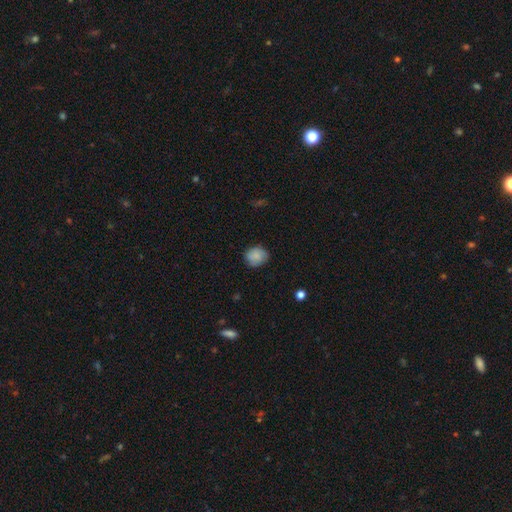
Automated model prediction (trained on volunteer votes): Smooth or featured? smooth (83%)
How rounded? round (71%)
Merging? none (78%)